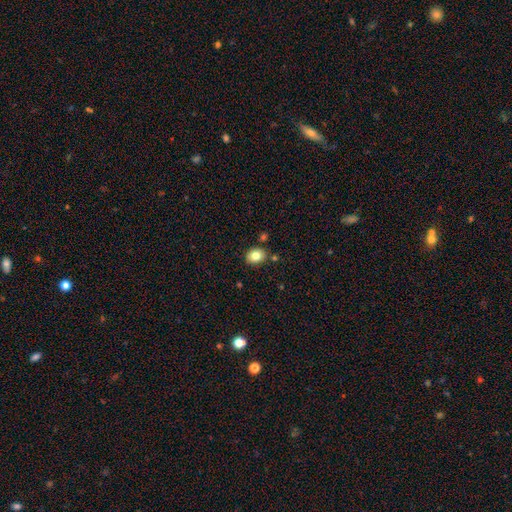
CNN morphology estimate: This appears to be a smooth galaxy with no disk features (81%) that is round (53%). Merging: none (82%).